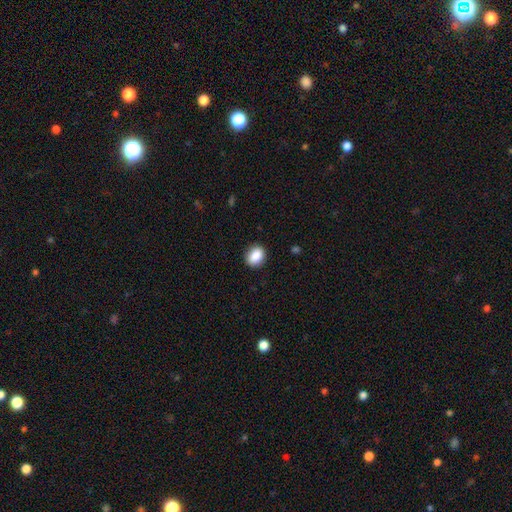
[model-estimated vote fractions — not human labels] Smooth or featured?
  - smooth: 88% *
  - star or artifact: 8%
  - featured or disk: 4%
How rounded?
  - in between: 54% *
  - round: 44%
  - cigar-shaped: 1%
Merging?
  - none: 88% *
  - minor disturbance: 9%
  - major disturbance: 2%
  - merger: 1%